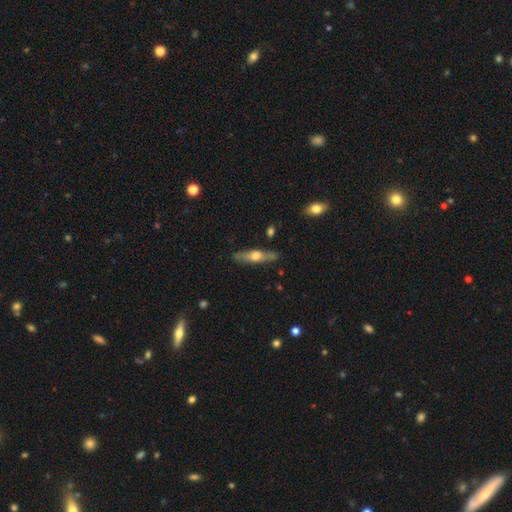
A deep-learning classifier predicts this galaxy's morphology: This appears to be a featured or disk galaxy (54%) viewed edge-on (89%). Merging: none (85%).